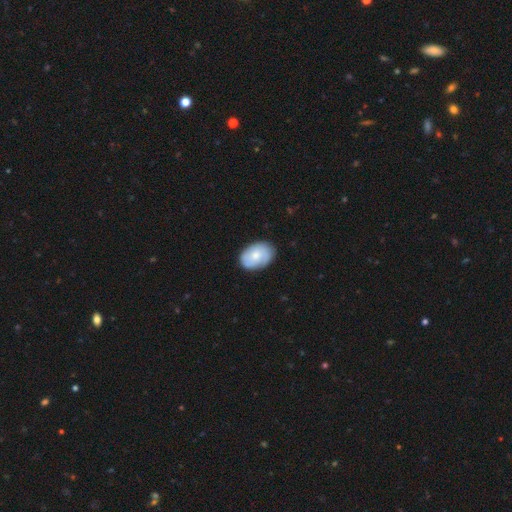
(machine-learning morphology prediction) This is possibly a smooth galaxy (58%). How rounded: clearly in between (83%). Merging: clearly none (80%).